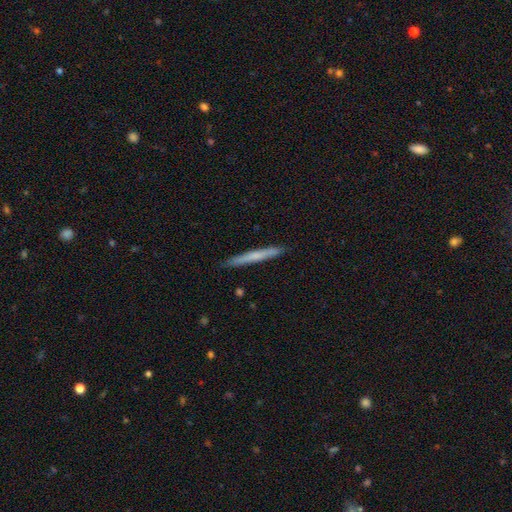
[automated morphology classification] Smooth or featured: smooth — 57% (featured or disk — 37%)
How rounded: cigar-shaped — 97% (in between — 2%)
Merging: none — 90% (minor disturbance — 8%)